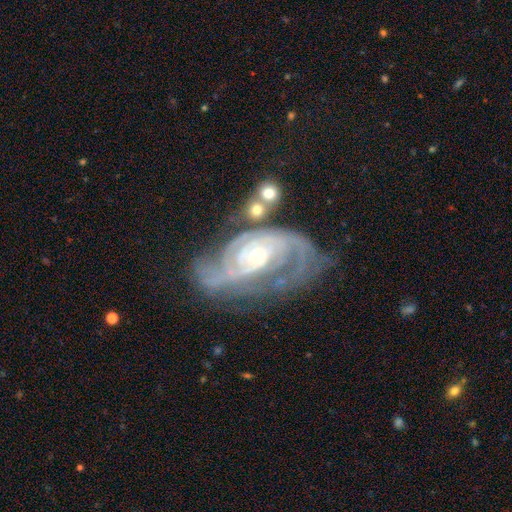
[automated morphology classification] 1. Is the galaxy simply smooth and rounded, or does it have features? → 91% featured or disk, 5% star or artifact, 4% smooth.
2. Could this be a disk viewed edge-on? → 97% no, 3% yes.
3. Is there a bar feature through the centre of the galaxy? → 59% no, 29% weak, 12% strong.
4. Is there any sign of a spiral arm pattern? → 98% yes, 2% no.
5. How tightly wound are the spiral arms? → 61% tight, 33% medium, 6% loose.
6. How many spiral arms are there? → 50% 2, 21% 3, 13% can't tell, 6% 4, 5% 1, 5% more than 4.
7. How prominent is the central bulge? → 70% small, 26% moderate, 2% large, 1% none, 1% dominant.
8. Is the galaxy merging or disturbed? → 58% none, 21% minor disturbance, 14% major disturbance, 8% merger.